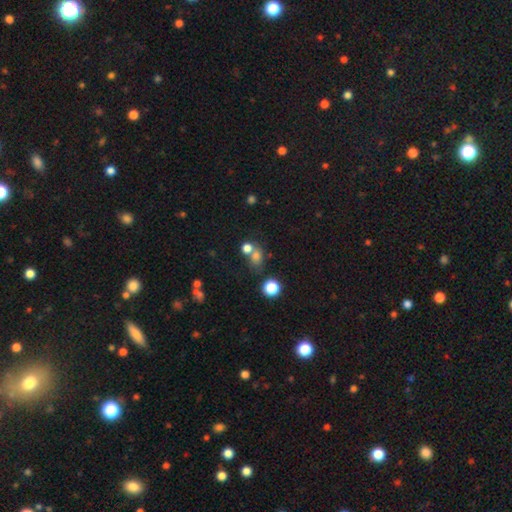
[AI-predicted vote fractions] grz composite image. It shows a smooth galaxy with no disk features (71%) that is round (58%). Merging: none (46%).